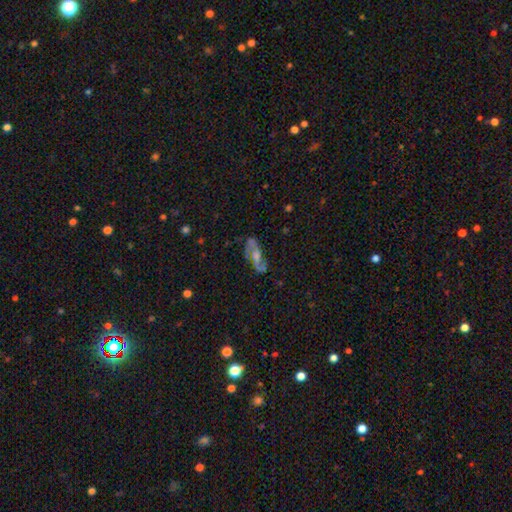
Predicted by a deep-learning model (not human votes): A featured or disk galaxy (75%) with no bar (51%), 2 (86%) medium (47%) spiral arms (89%) and a moderate central bulge (39%).

Vote fractions:
- Smooth or featured? featured or disk: 75% / smooth: 17% / star or artifact: 9%
- Edge-on disk? no: 90% / yes: 10%
- Bar? no: 51% / weak: 37% / strong: 12%
- Spiral arms? yes: 89% / no: 11%
- Spiral winding? medium: 47% / loose: 36% / tight: 17%
- Spiral arm count? 2: 86% / can't tell: 7% / 1: 3% / 3: 2% / 4: 1% / more than 4: 1%
- Bulge size? moderate: 39% / small: 23% / large: 18% / none: 17% / dominant: 2%
- Merging? none: 64% / minor disturbance: 19% / major disturbance: 13% / merger: 4%